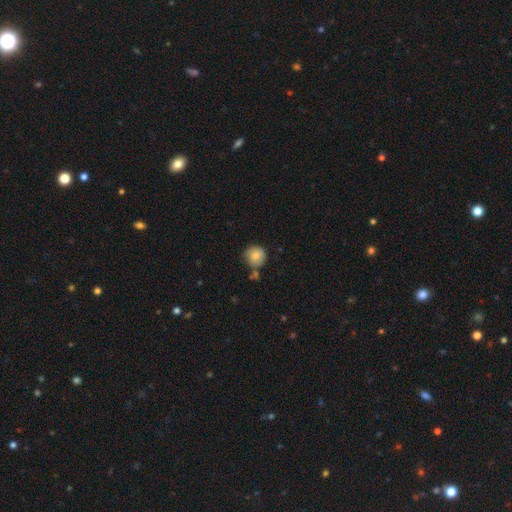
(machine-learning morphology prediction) Smooth or featured: smooth — 83% (featured or disk — 9%)
How rounded: round — 91% (in between — 8%)
Merging: none — 65% (minor disturbance — 20%)